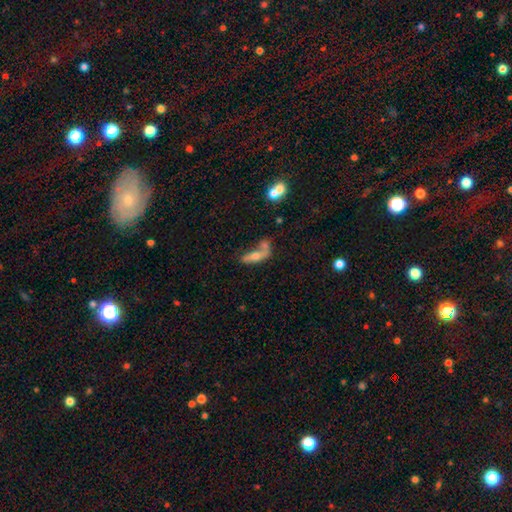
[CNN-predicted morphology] smooth_or_featured: smooth (p=0.48) [alt: featured or disk p=0.41]
merging: merger (p=0.41) [alt: none p=0.26]